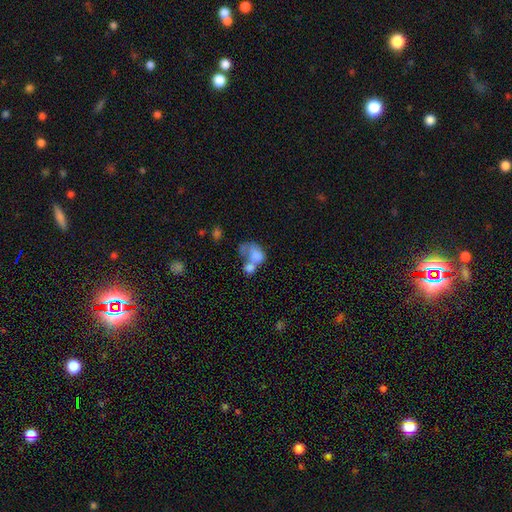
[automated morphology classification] Smooth or featured: smooth — 64% (featured or disk — 26%)
How rounded: in between — 70% (round — 28%)
Merging: merger — 64% (major disturbance — 15%)